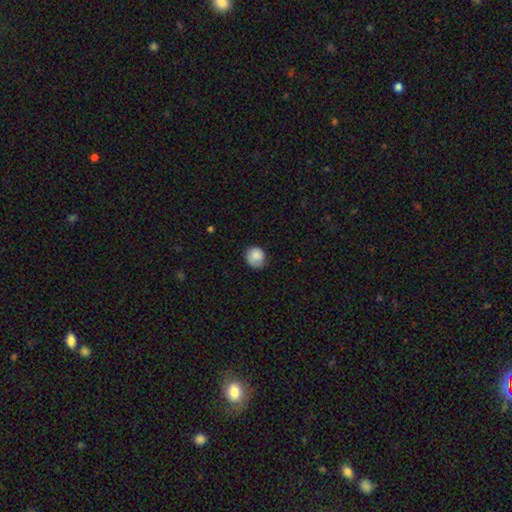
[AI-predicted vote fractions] Morphology: type=smooth (85%); roundness=round (83%); merging=none (73%).